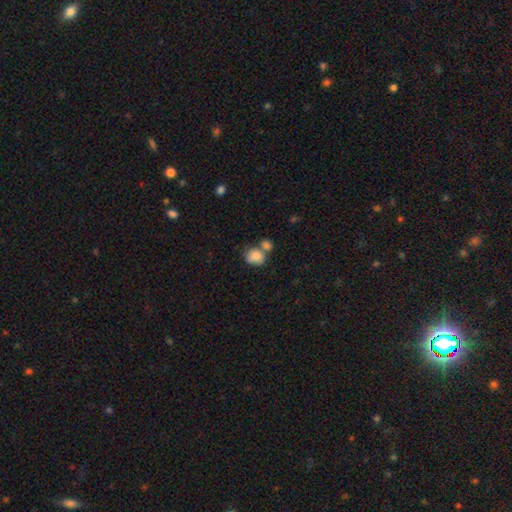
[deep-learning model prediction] Smooth or featured? smooth (82%)
How rounded? round (59%)
Merging? merger (41%, tied with none)